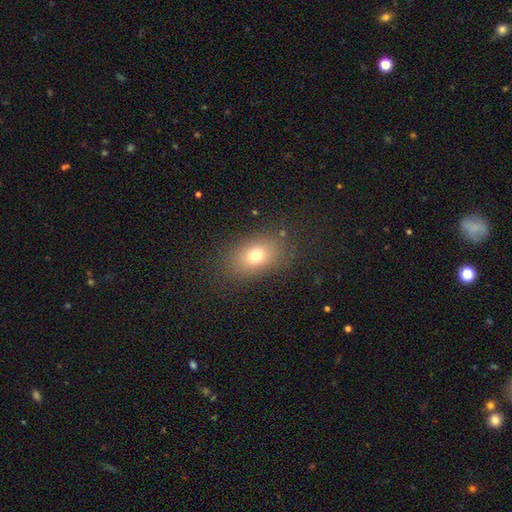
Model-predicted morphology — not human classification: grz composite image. It shows a smooth galaxy with no disk features (73%) that is in between round and cigar-shaped (76%). Merging: none (83%).